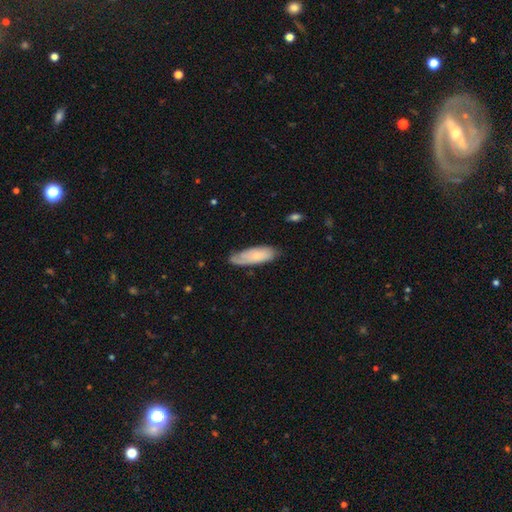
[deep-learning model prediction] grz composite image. It shows a smooth galaxy with no disk features (60%) that is in between round and cigar-shaped (62%). Merging: none (63%).